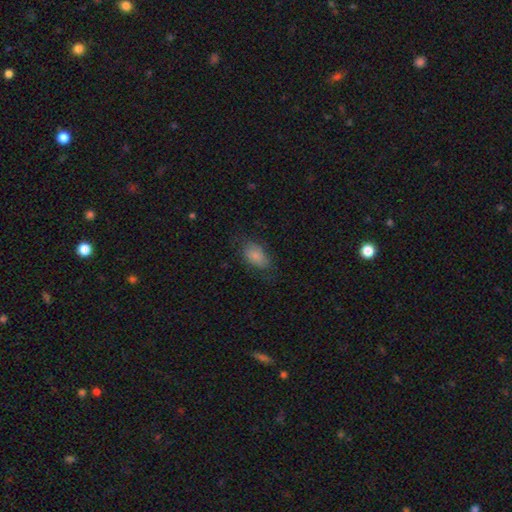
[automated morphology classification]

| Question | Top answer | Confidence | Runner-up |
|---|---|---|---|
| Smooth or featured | smooth | 82% | featured or disk (10%) |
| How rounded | in between | 91% | round (7%) |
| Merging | none | 68% | minor disturbance (22%) |